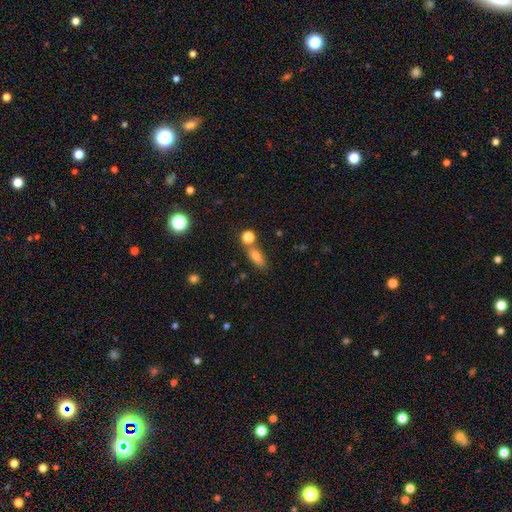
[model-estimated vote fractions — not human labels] Smooth or featured: smooth — 75% (star or artifact — 13%)
How rounded: in between — 65% (cigar-shaped — 25%)
Merging: none — 60% (merger — 22%)